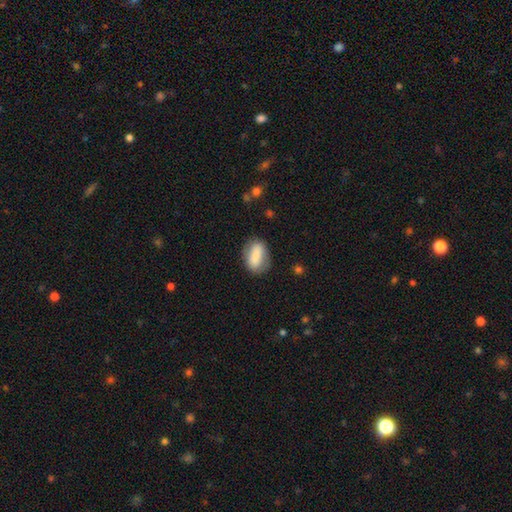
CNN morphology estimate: Smooth or featured? Predicted: smooth (p=0.80). How rounded? Predicted: in between (p=0.85). Merging? Predicted: none (p=0.74).